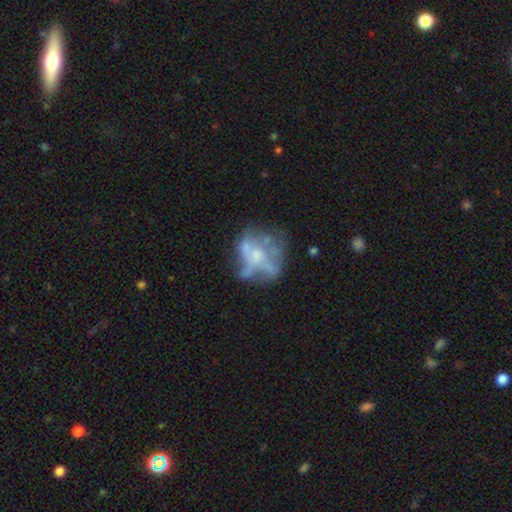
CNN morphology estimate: This is likely a featured or disk galaxy (63%). It is clearly not viewed edge-on (98%). Bar: clearly no (85%). Spiral arm pattern: likely no (78%). Central bulge: marginally moderate (36%). Merging: marginally none (42%).